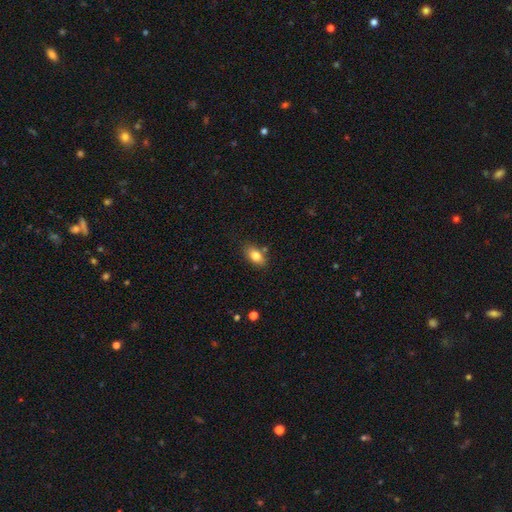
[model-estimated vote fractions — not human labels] smooth-or-featured: smooth: 82% | featured or disk: 10% | star or artifact: 9%
  how-rounded: in between: 87% | round: 10% | cigar-shaped: 3%
  merging: none: 78% | minor disturbance: 14% | merger: 5% | major disturbance: 3%